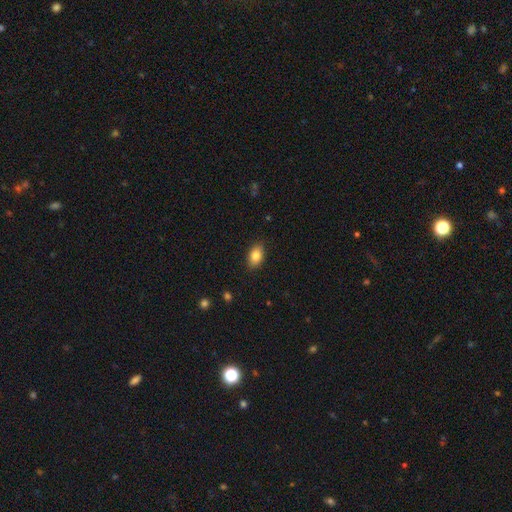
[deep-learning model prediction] The model was most divided on "merging": none: 87%, minor disturbance: 10%, major disturbance: 2%, merger: 1%. More confident: how rounded — in between (88%); smooth or featured — smooth (85%).